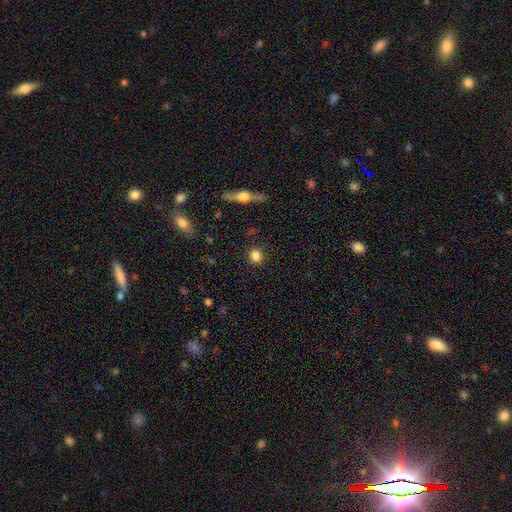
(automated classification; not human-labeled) Q: Smooth or featured?
A: smooth (84%); runner-up: star or artifact (9%)
Q: How rounded?
A: round (74%); runner-up: in between (24%)
Q: Merging?
A: none (88%); runner-up: minor disturbance (8%)